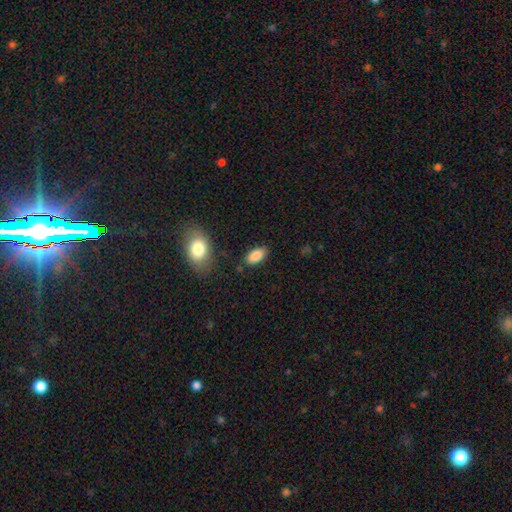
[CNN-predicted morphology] Smooth or featured?
  - smooth: 87% *
  - star or artifact: 7%
  - featured or disk: 5%
How rounded?
  - in between: 93% *
  - round: 4%
  - cigar-shaped: 3%
Merging?
  - none: 81% *
  - minor disturbance: 13%
  - major disturbance: 3%
  - merger: 3%